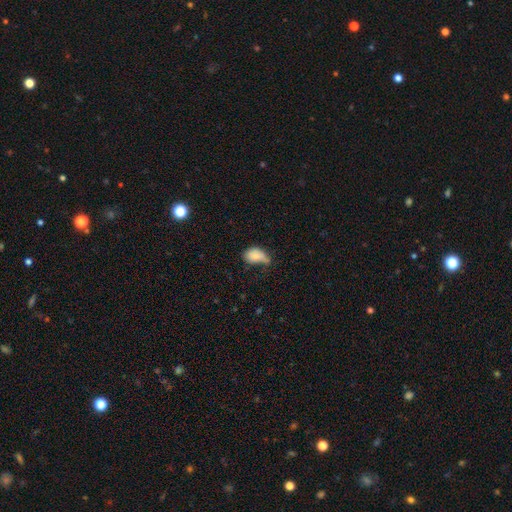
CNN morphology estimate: type=smooth (79%); roundness=in between (86%); merging=minor disturbance (43%).